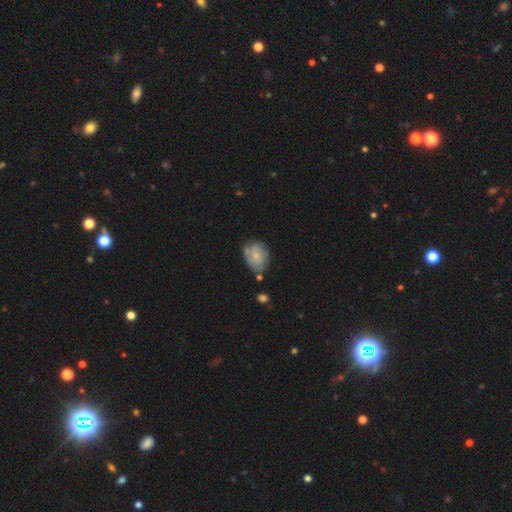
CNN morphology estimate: This appears to be a smooth galaxy with no disk features (48%). Merging: none (56%).